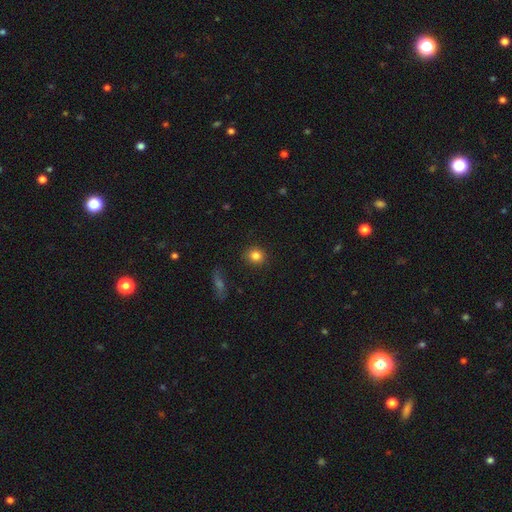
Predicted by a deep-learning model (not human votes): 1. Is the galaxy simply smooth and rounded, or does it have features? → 84% smooth, 11% star or artifact, 5% featured or disk.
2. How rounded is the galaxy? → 85% round, 13% in between, 1% cigar-shaped.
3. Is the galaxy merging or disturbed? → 89% none, 7% minor disturbance, 2% major disturbance, 1% merger.